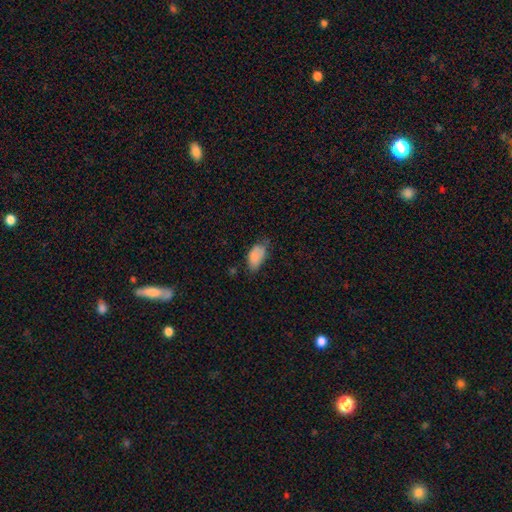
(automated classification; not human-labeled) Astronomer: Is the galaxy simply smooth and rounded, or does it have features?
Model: smooth — 82%.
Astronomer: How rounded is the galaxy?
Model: in between — 94%.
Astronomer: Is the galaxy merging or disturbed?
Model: none — 46% (runner-up: minor disturbance, 39%).